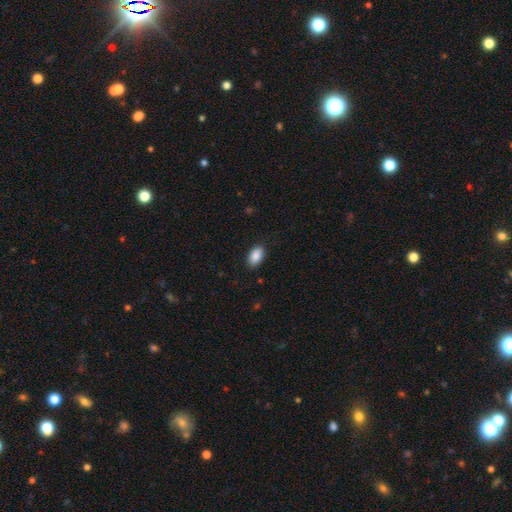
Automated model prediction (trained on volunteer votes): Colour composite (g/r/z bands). It shows a smooth galaxy with no disk features (89%) that is in between round and cigar-shaped (92%). Merging: none (87%).